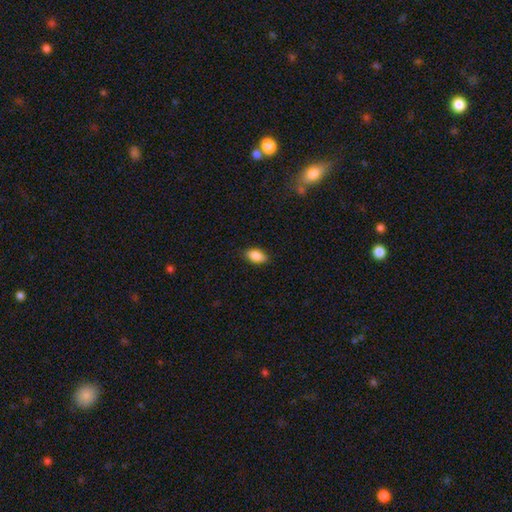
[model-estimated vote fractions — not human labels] smooth-or-featured: smooth: 84% | featured or disk: 8% | star or artifact: 7%
  how-rounded: in between: 89% | round: 6% | cigar-shaped: 5%
  merging: none: 84% | minor disturbance: 12% | major disturbance: 2% | merger: 1%